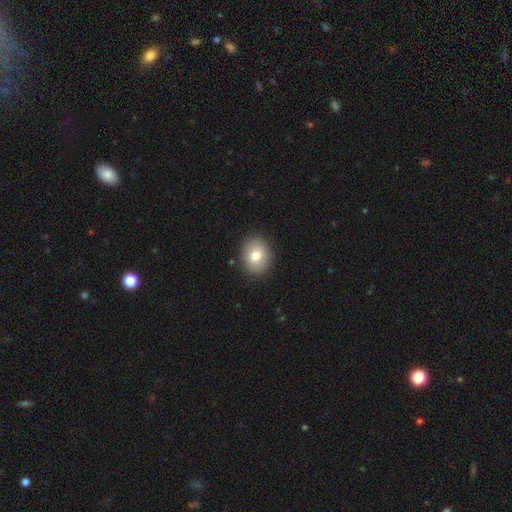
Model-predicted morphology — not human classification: Smooth or featured?
  - smooth: 78% *
  - featured or disk: 13%
  - star or artifact: 9%
How rounded?
  - round: 55% *
  - in between: 44%
  - cigar-shaped: 1%
Merging?
  - none: 89% *
  - minor disturbance: 8%
  - major disturbance: 2%
  - merger: 1%